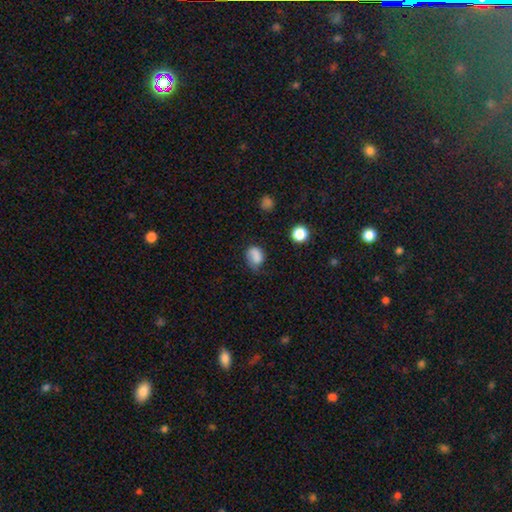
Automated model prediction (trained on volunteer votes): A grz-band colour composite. It shows a smooth galaxy with no disk features (80%) that is in between round and cigar-shaped (61%). Merging: none (52%).